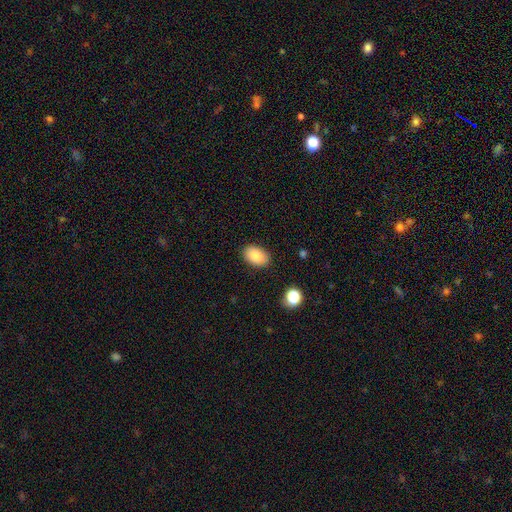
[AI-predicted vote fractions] A smooth galaxy with no disk features (84%) that is in between round and cigar-shaped (87%). Merging: none (87%).